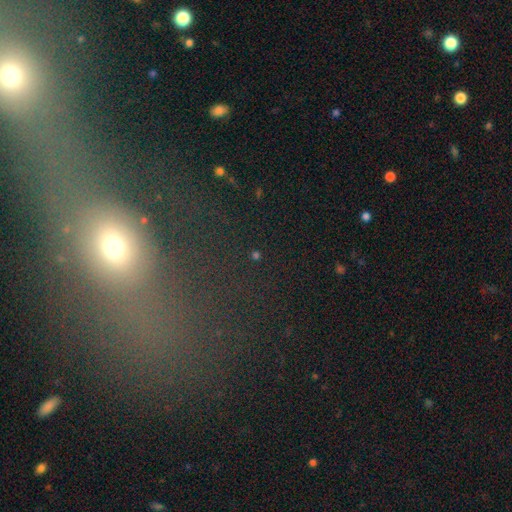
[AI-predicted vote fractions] Q: Smooth or featured?
A: star or artifact (67%); runner-up: smooth (24%)